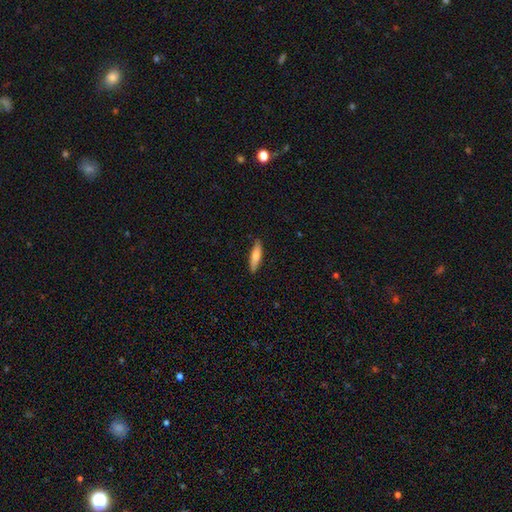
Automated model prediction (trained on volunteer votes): This is likely a smooth galaxy (74%). How rounded: likely cigar-shaped (73%). Merging: clearly none (85%).